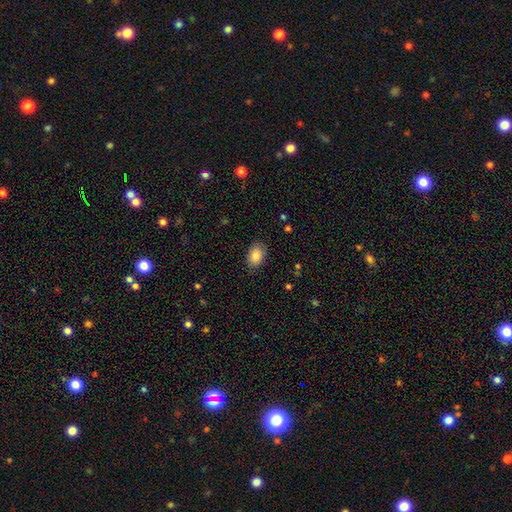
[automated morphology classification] Overall: smooth (86%). How rounded: in between (83%). Merging: none (85%).